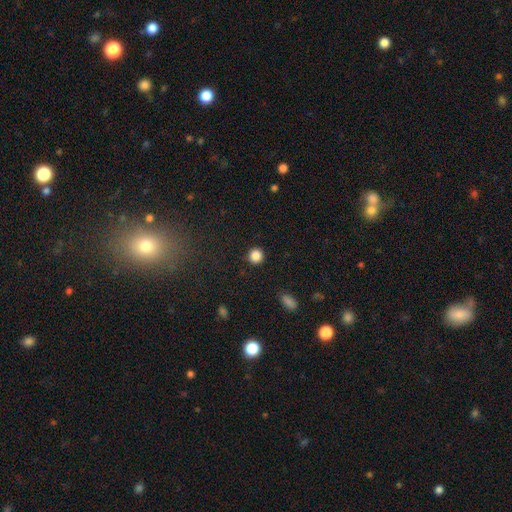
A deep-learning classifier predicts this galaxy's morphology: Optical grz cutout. It shows a smooth galaxy with no disk features (86%) that is round (93%). Merging: none (91%).